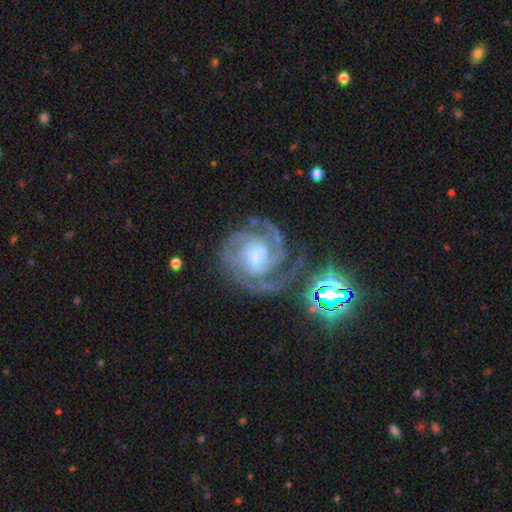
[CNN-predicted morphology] This is clearly a featured or disk galaxy (90%). It is clearly not viewed edge-on (98%). Bar: possibly no (57%). Spiral arm pattern: clearly yes (98%). Spiral arm count: marginally 3 (38%). Spiral winding: likely tight (67%). Central bulge: likely small (60%). Merging: likely none (73%).